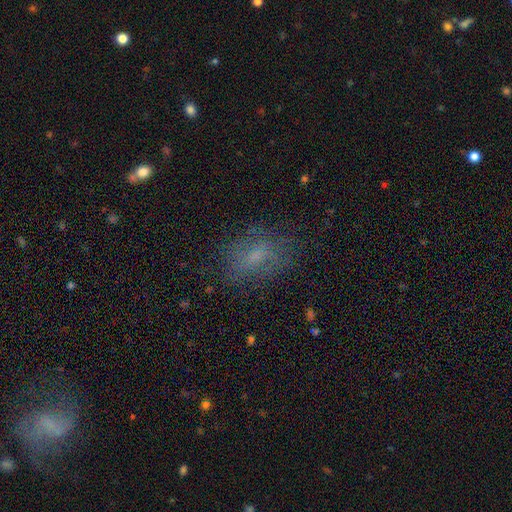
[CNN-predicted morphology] Smooth or featured? smooth (53%)
How rounded? in between (75%)
Merging? none (66%)